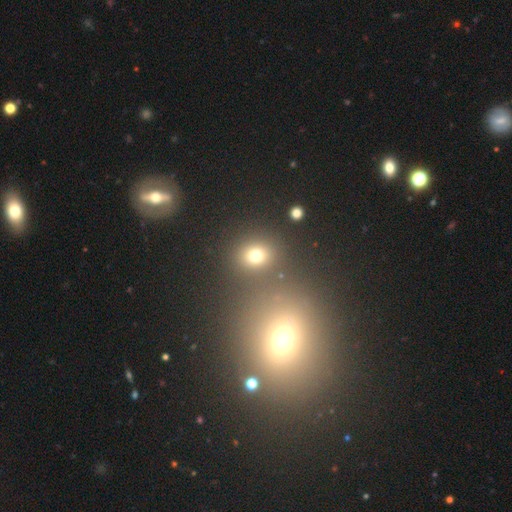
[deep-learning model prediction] smooth-or-featured: smooth: 71% | star or artifact: 21% | featured or disk: 8%
  how-rounded: round: 73% | in between: 26% | cigar-shaped: 1%
  merging: none: 82% | minor disturbance: 8% | merger: 6% | major disturbance: 4%